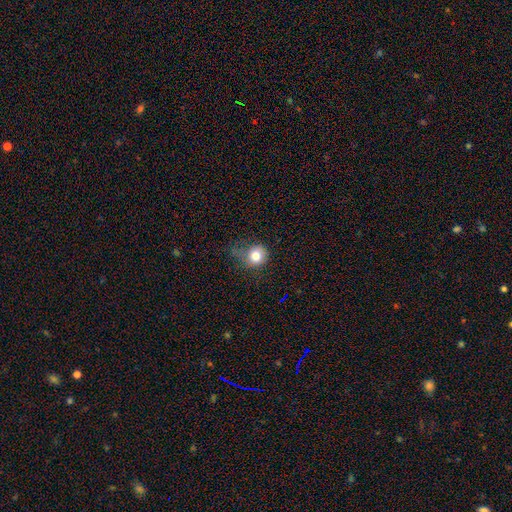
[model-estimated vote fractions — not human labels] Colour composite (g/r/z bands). It shows a smooth galaxy with no disk features (80%) that is round (83%). Merging: none (50%).